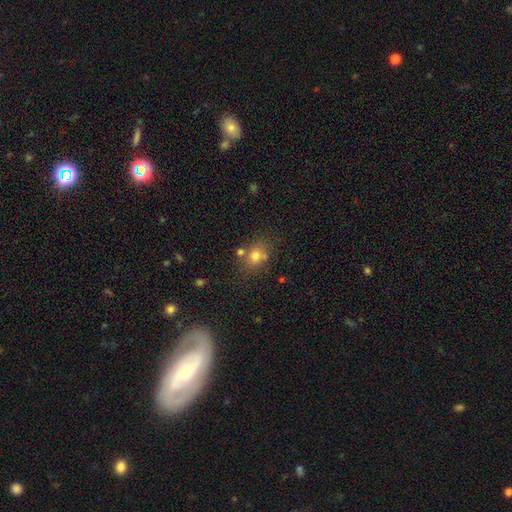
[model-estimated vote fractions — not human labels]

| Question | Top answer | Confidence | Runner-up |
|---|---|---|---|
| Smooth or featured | smooth | 75% | star or artifact (14%) |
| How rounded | round | 64% | in between (35%) |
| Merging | none | 64% | merger (17%) |